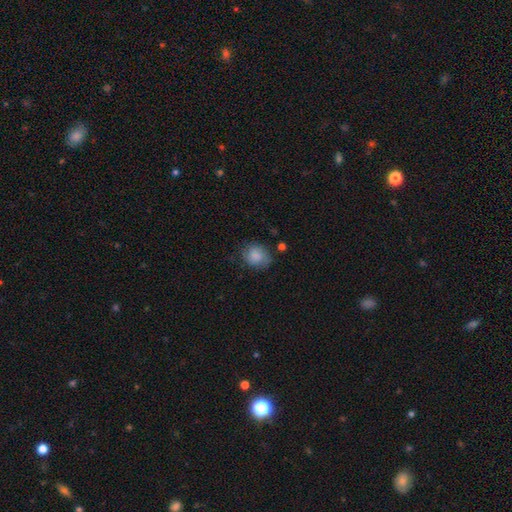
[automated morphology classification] Q: Smooth or featured?
A: smooth (79%); runner-up: featured or disk (13%)
Q: How rounded?
A: round (68%); runner-up: in between (31%)
Q: Merging?
A: none (68%); runner-up: minor disturbance (23%)